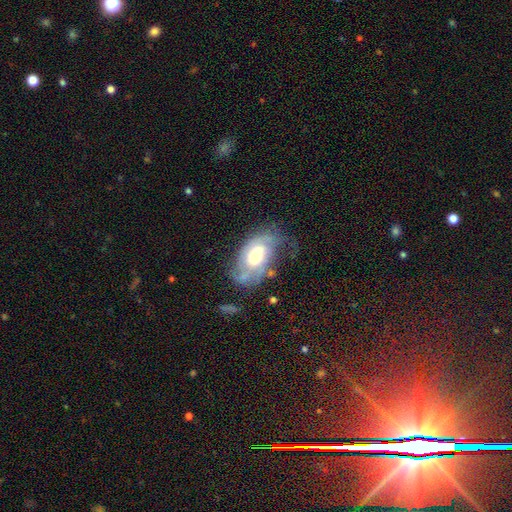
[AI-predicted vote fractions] Smooth or featured?
  - featured or disk: 73% *
  - smooth: 20%
  - star or artifact: 7%
Edge-on disk?
  - no: 95% *
  - yes: 5%
Bar?
  - no: 67% *
  - weak: 26%
  - strong: 6%
Spiral arms?
  - yes: 85% *
  - no: 15%
Spiral winding?
  - tight: 41% * (tied)
  - medium: 41% * (tied)
  - loose: 18%
Spiral arm count?
  - 2: 53% *
  - can't tell: 28%
  - 3: 7%
  - 1: 7%
  - 4: 3%
  - more than 4: 2%
Bulge size?
  - moderate: 39% *
  - large: 35%
  - small: 18%
  - dominant: 5%
  - none: 3%
Merging?
  - none: 46% *
  - minor disturbance: 27%
  - major disturbance: 23%
  - merger: 4%